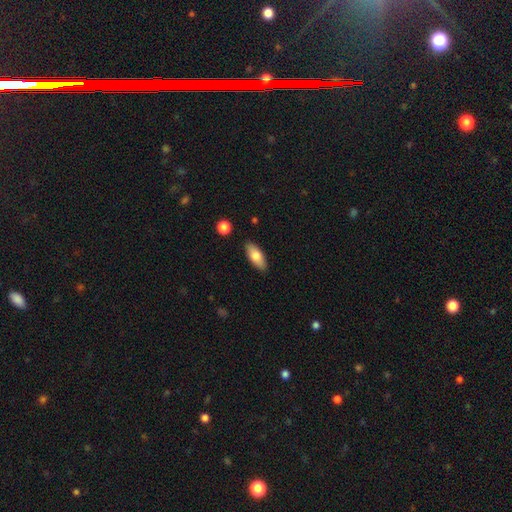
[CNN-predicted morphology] type=smooth (79%); roundness=in between (83%); merging=none (88%).